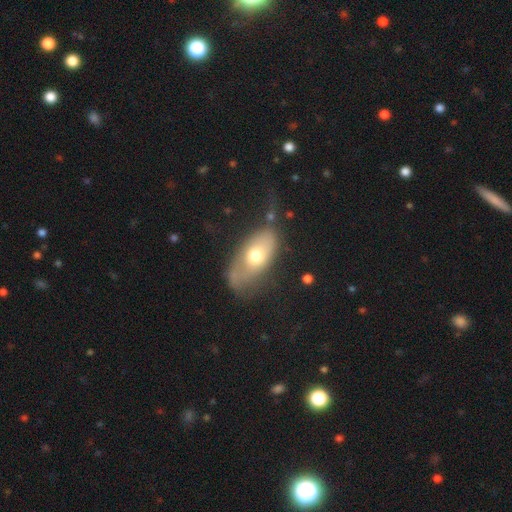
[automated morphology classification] A smooth galaxy with no disk features (58%) that is in between round and cigar-shaped (88%).

Vote fractions:
- Smooth or featured? smooth: 58% / featured or disk: 34% / star or artifact: 8%
- How rounded? in between: 88% / round: 7% / cigar-shaped: 5%
- Merging? none: 50% / minor disturbance: 25% / major disturbance: 21% / merger: 4%